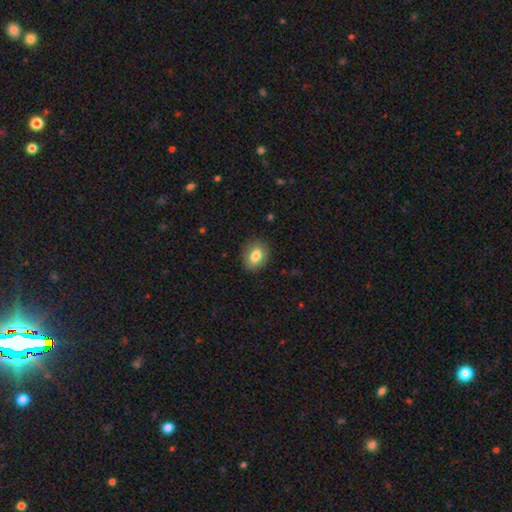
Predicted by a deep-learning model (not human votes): Smooth or featured?
  - smooth: 80% *
  - featured or disk: 12%
  - star or artifact: 8%
How rounded?
  - in between: 59% *
  - round: 40%
  - cigar-shaped: 1%
Merging?
  - none: 84% *
  - minor disturbance: 12%
  - major disturbance: 3%
  - merger: 1%